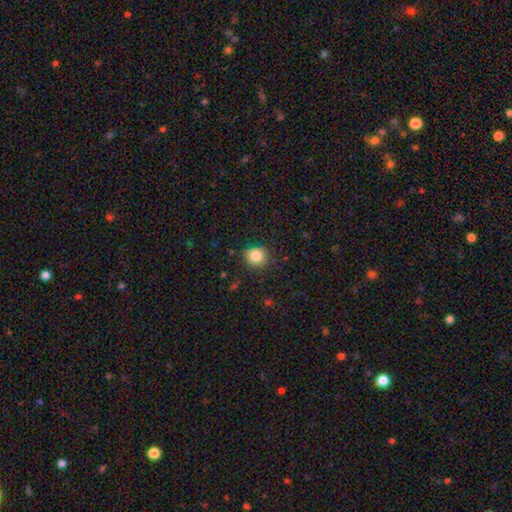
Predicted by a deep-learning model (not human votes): Overall: smooth (84%). How rounded: round (87%). Merging: none (86%).